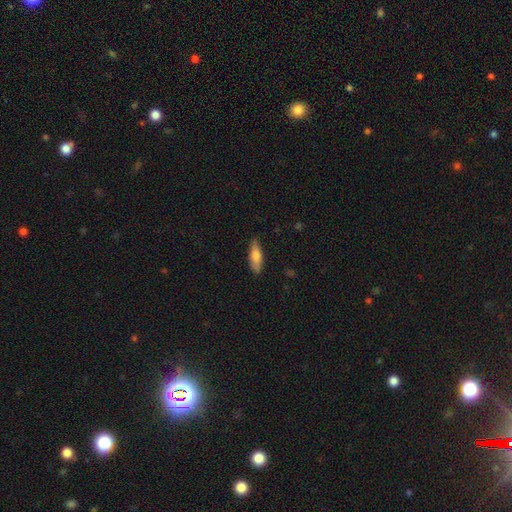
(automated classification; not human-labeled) smooth-or-featured: smooth: 73% | featured or disk: 21% | star or artifact: 6%
  how-rounded: in between: 51% | cigar-shaped: 47% | round: 2%
  merging: none: 83% | minor disturbance: 13% | major disturbance: 2% | merger: 1%